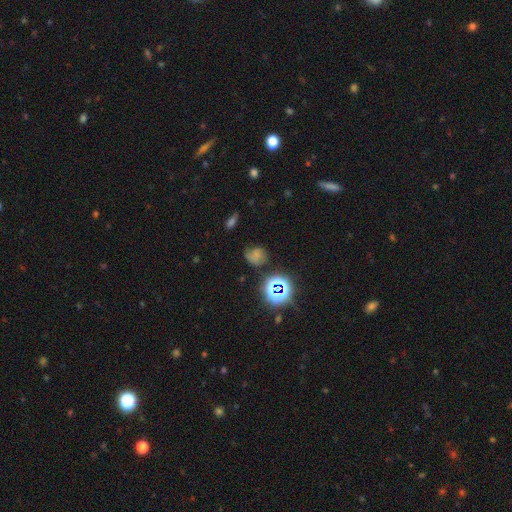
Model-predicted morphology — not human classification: type=smooth (57%); roundness=round (65%); merging=none (55%).